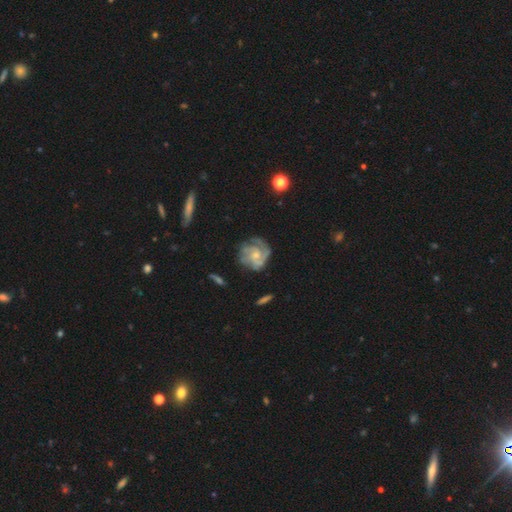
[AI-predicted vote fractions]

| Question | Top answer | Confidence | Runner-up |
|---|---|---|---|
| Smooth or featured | featured or disk | 84% | smooth (10%) |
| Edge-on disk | no | 98% | yes (2%) |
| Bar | no | 68% | weak (28%) |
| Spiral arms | yes | 95% | no (5%) |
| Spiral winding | tight | 54% | medium (37%) |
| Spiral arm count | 3 | 36% | 2 (27%) |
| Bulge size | small | 55% | moderate (38%) |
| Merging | none | 66% | minor disturbance (21%) |